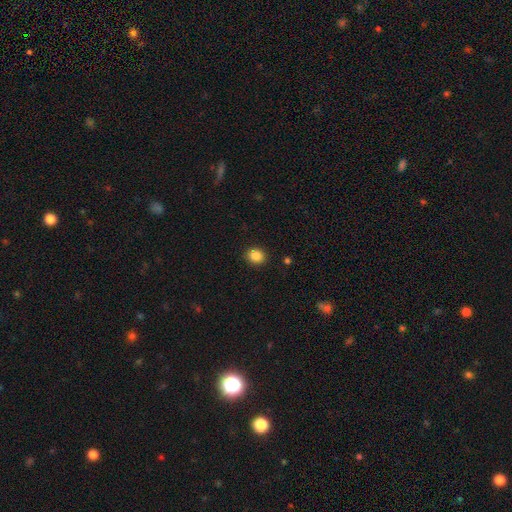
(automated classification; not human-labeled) A smooth galaxy with no disk features (86%) that is round (72%).

Vote fractions:
- Smooth or featured? smooth: 86% / star or artifact: 10% / featured or disk: 4%
- How rounded? round: 72% / in between: 27% / cigar-shaped: 1%
- Merging? none: 90% / minor disturbance: 7% / major disturbance: 2% / merger: 1%